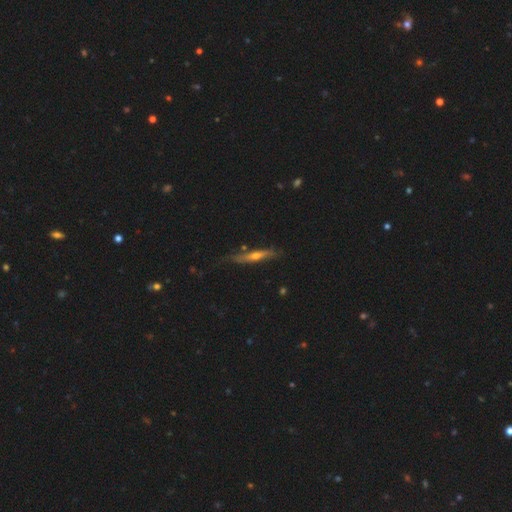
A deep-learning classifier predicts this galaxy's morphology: smooth-or-featured: featured or disk: 63% | smooth: 32% | star or artifact: 6%
  disk-edge-on: yes: 91% | no: 9%
    edge-on-bulge: rounded: 83% | none: 14% | boxy: 3%
  merging: none: 72% | minor disturbance: 20% | major disturbance: 4% | merger: 3%